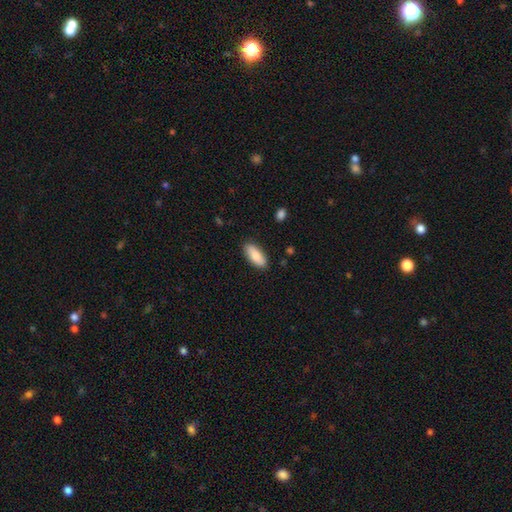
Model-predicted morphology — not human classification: A smooth galaxy with no disk features (76%) that is in between round and cigar-shaped (83%).

Vote fractions:
- Smooth or featured? smooth: 76% / featured or disk: 18% / star or artifact: 6%
- How rounded? in between: 83% / cigar-shaped: 14% / round: 2%
- Merging? none: 87% / minor disturbance: 10% / major disturbance: 2% / merger: 1%